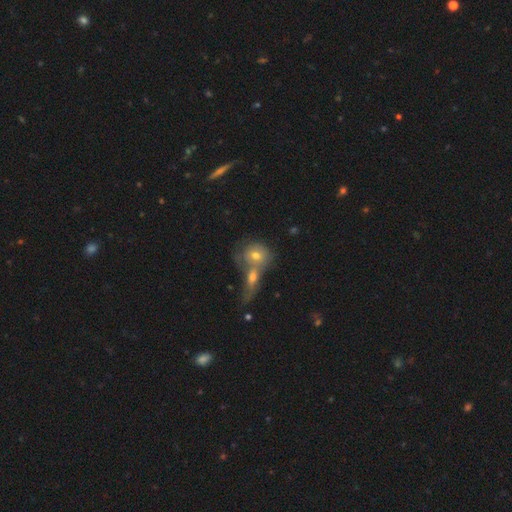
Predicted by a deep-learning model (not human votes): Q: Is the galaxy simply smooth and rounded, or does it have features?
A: smooth — 44%.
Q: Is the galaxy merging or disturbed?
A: merger — 50%.